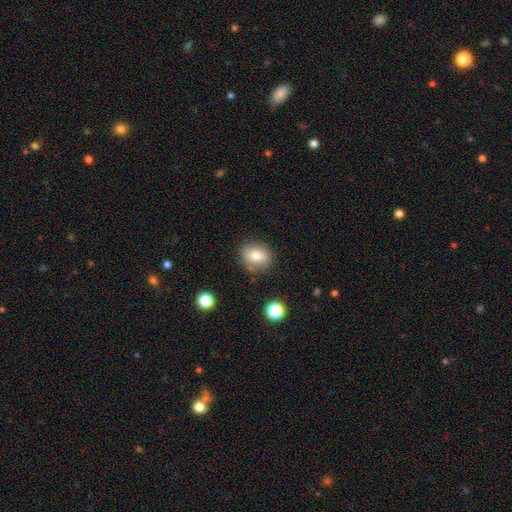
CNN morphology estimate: type=smooth (76%); roundness=round (62%); merging=none (81%).